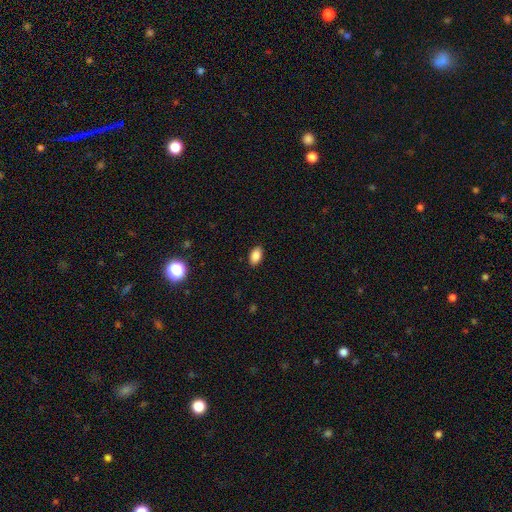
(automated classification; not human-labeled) Smooth or featured?
  - smooth: 87% *
  - star or artifact: 9%
  - featured or disk: 4%
How rounded?
  - in between: 91% *
  - round: 7%
  - cigar-shaped: 2%
Merging?
  - none: 88% *
  - minor disturbance: 9%
  - major disturbance: 2%
  - merger: 1%